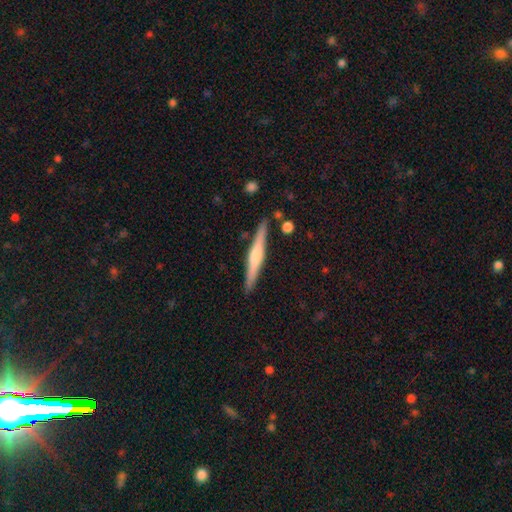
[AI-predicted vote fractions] Smooth or featured? Predicted: featured or disk (p=0.60). Edge-on disk? Predicted: yes (p=0.98). Edge-on bulge? Predicted: rounded (p=0.66). Merging? Predicted: none (p=0.88).